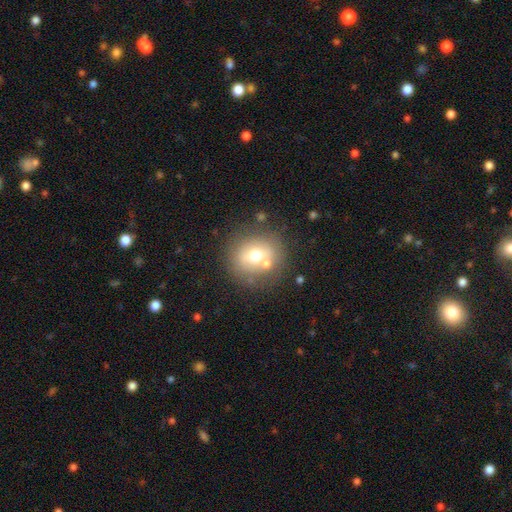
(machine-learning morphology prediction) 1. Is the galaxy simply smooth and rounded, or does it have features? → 60% smooth, 28% featured or disk, 12% star or artifact.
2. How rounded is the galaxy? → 81% round, 18% in between, 1% cigar-shaped.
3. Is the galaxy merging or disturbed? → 70% none, 12% merger, 12% minor disturbance, 6% major disturbance.